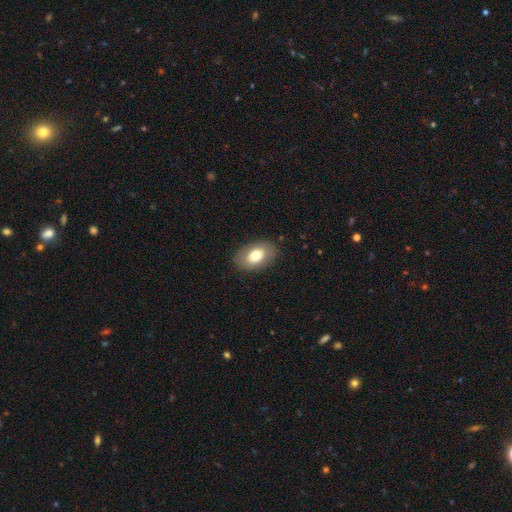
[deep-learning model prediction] Overall: smooth (74%). How rounded: in between (89%). Merging: none (85%).